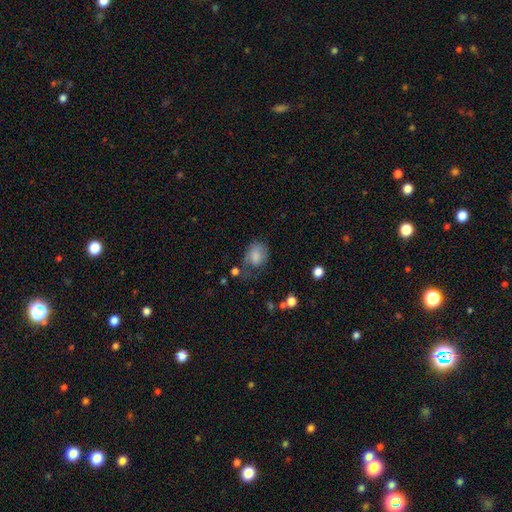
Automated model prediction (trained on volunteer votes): Smooth or featured? Predicted: smooth (p=0.77). How rounded? Predicted: in between (p=0.55). Merging? Predicted: none (p=0.42).